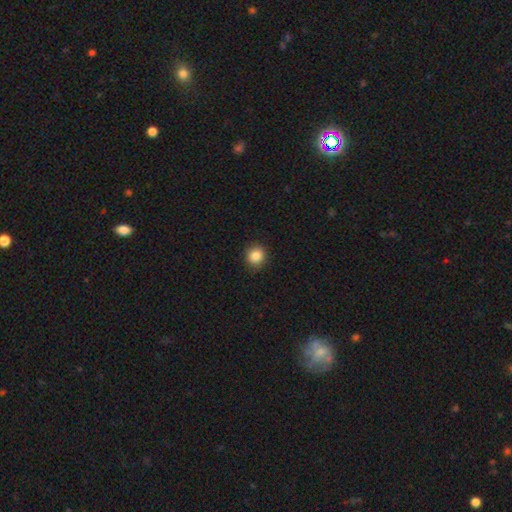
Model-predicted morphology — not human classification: smooth_or_featured: smooth (p=0.85) [alt: star or artifact p=0.10]
how_rounded: round (p=0.88) [alt: in between p=0.11]
merging: none (p=0.90) [alt: minor disturbance p=0.07]